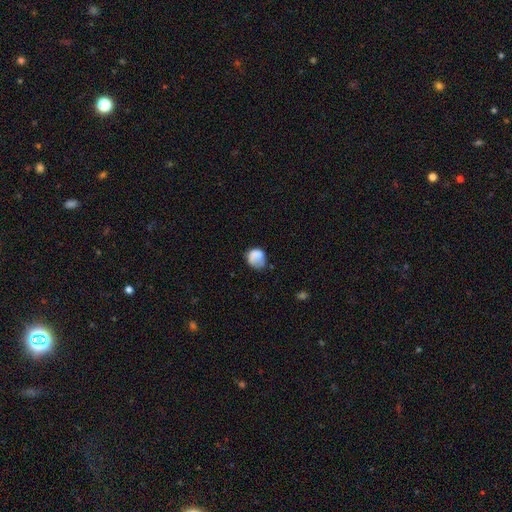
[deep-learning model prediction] smooth-or-featured: smooth: 72% | featured or disk: 20% | star or artifact: 9%
  how-rounded: round: 66% | in between: 33% | cigar-shaped: 1%
  merging: none: 45% | minor disturbance: 29% | major disturbance: 22% | merger: 5%